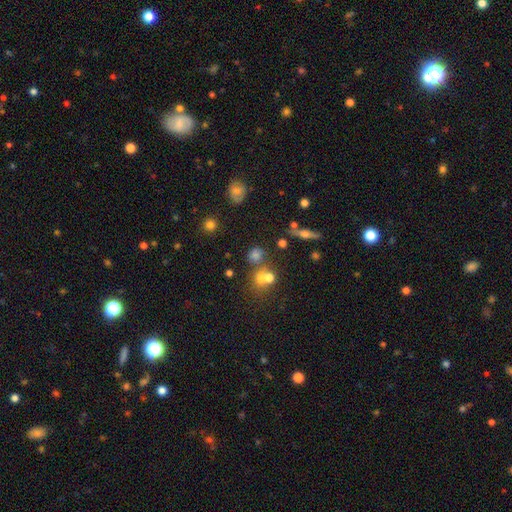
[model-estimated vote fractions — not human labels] Q: Smooth or featured?
A: smooth (56%); runner-up: star or artifact (26%)
Q: How rounded?
A: round (78%); runner-up: in between (20%)
Q: Merging?
A: none (52%); runner-up: merger (36%)